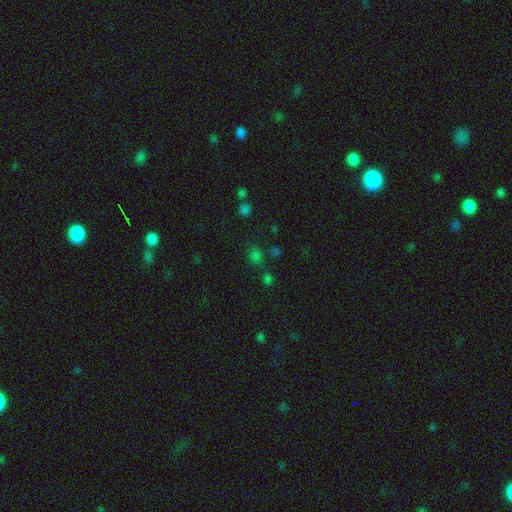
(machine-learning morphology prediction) Q: Smooth or featured?
A: smooth (59%); runner-up: star or artifact (35%)
Q: How rounded?
A: round (71%); runner-up: in between (27%)
Q: Merging?
A: none (69%); runner-up: merger (13%)